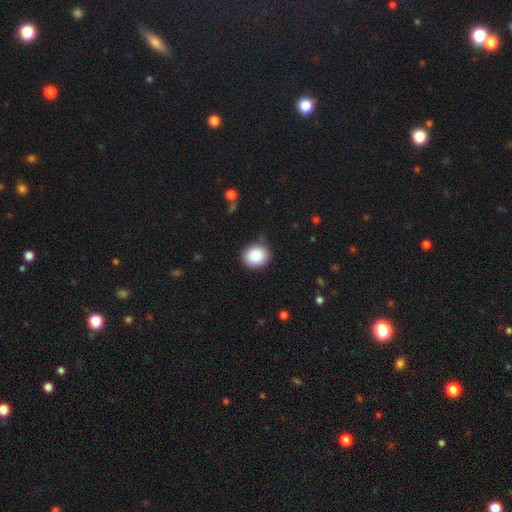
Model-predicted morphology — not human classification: smooth-or-featured: smooth: 88% | star or artifact: 8% | featured or disk: 4%
  how-rounded: round: 78% | in between: 21% | cigar-shaped: 1%
  merging: none: 86% | minor disturbance: 10% | major disturbance: 3% | merger: 1%